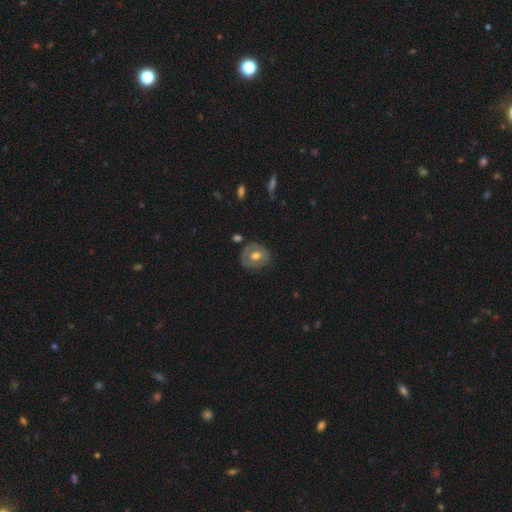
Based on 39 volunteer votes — smooth-or-featured: smooth: 46% (tied) | featured or disk: 46% (tied) | star or artifact: 8%
  how-rounded: round: 78% | in between: 22% | cigar-shaped: 0%
  merging: none: 56% | minor disturbance: 33% | major disturbance: 6% | merger: 6%